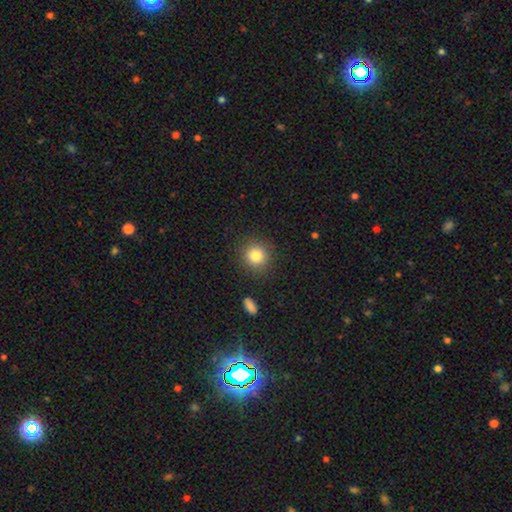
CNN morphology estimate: This is clearly a smooth galaxy (82%). How rounded: clearly round (91%). Merging: clearly none (88%).